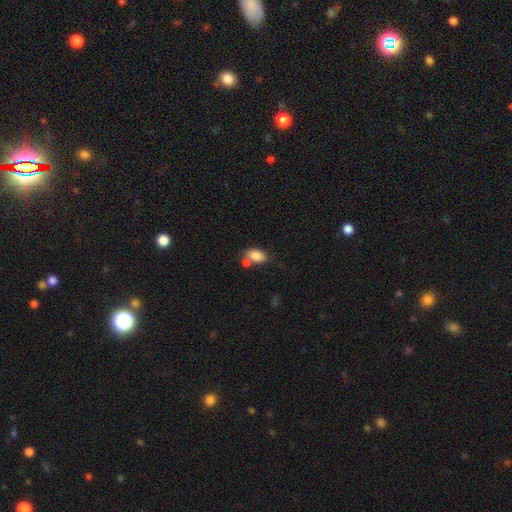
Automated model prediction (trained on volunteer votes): smooth-or-featured: smooth: 85% | star or artifact: 8% | featured or disk: 7%
  how-rounded: in between: 89% | round: 9% | cigar-shaped: 2%
  merging: none: 51% | merger: 29% | minor disturbance: 15% | major disturbance: 5%